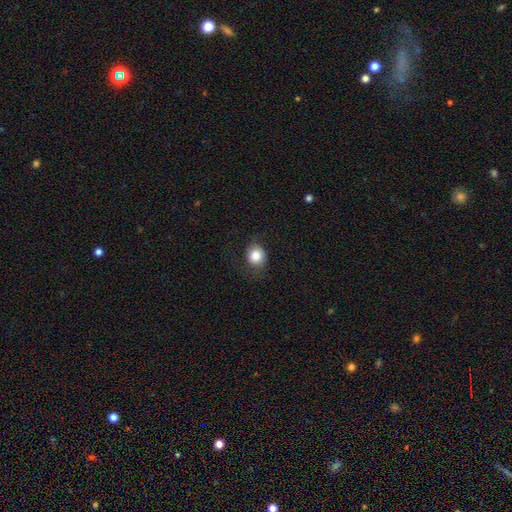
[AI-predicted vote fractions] This is clearly a smooth galaxy (84%). How rounded: likely round (72%). Merging: likely none (78%).